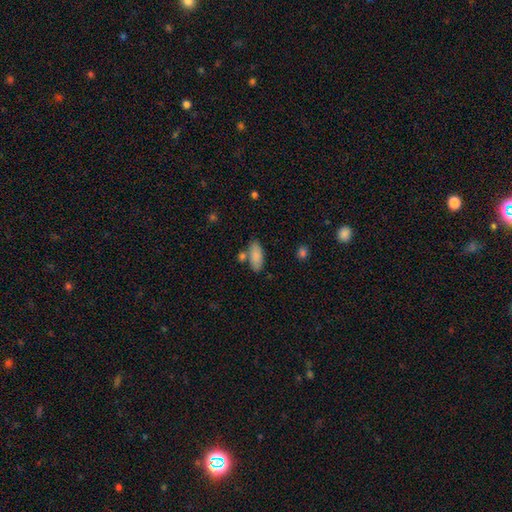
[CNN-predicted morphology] Smooth or featured? smooth (86%)
How rounded? in between (83%)
Merging? none (68%)